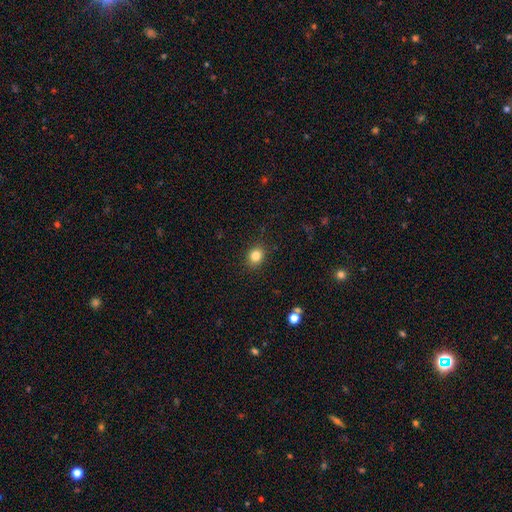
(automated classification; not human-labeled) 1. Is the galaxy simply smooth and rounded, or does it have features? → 83% smooth, 11% star or artifact, 6% featured or disk.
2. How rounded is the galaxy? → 61% round, 38% in between, 1% cigar-shaped.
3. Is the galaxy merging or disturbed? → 89% none, 8% minor disturbance, 2% major disturbance, 1% merger.